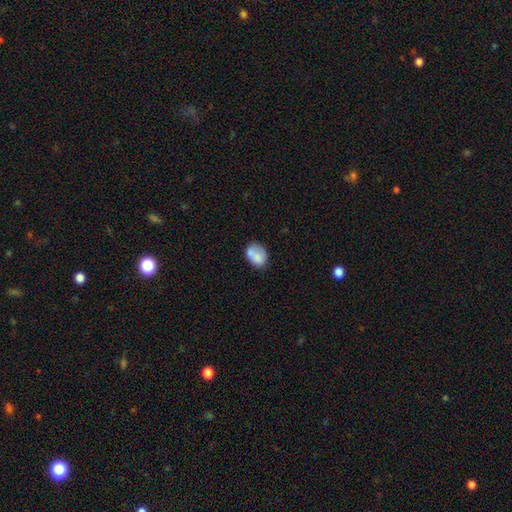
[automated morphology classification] This is likely a smooth galaxy (71%). How rounded: likely in between (72%). Merging: marginally none (43%).